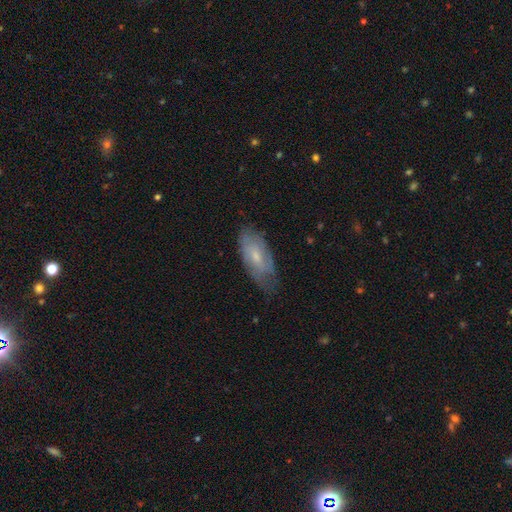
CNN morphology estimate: Smooth or featured? smooth (47%)
Merging? none (62%)